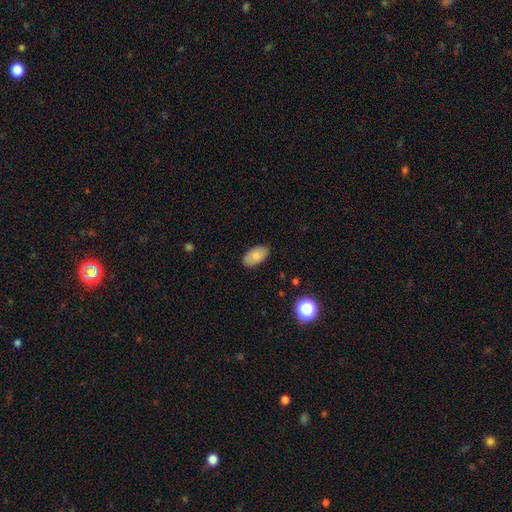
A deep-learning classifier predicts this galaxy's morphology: smooth-or-featured: smooth: 83% | featured or disk: 10% | star or artifact: 8%
  how-rounded: in between: 94% | round: 4% | cigar-shaped: 2%
  merging: none: 86% | minor disturbance: 11% | major disturbance: 2% | merger: 1%